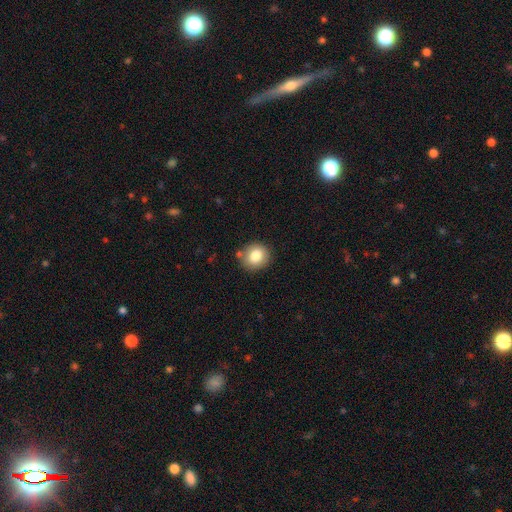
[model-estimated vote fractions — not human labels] Q: Smooth or featured?
A: smooth (82%); runner-up: star or artifact (10%)
Q: How rounded?
A: round (81%); runner-up: in between (18%)
Q: Merging?
A: none (82%); runner-up: minor disturbance (11%)